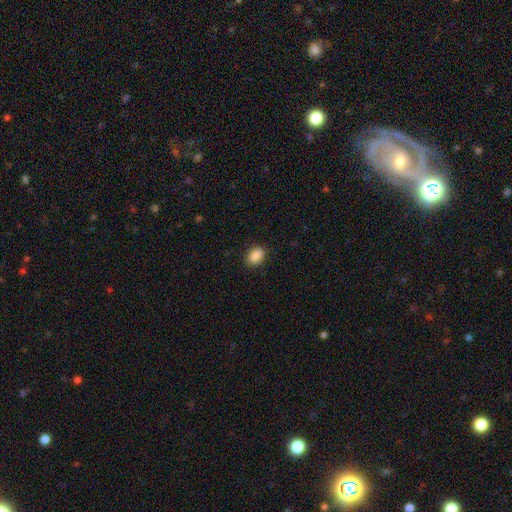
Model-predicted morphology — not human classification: This appears to be a smooth galaxy with no disk features (89%) that is in between round and cigar-shaped (70%). Merging: none (88%).